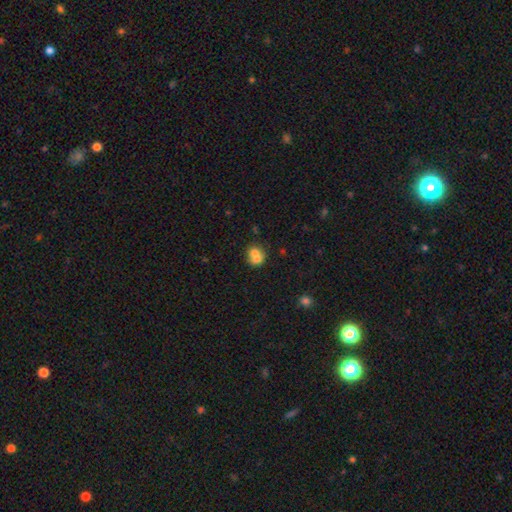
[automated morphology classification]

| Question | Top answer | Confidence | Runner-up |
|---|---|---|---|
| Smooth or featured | smooth | 69% | featured or disk (21%) |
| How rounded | round | 72% | in between (27%) |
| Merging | merger | 64% | none (27%) |